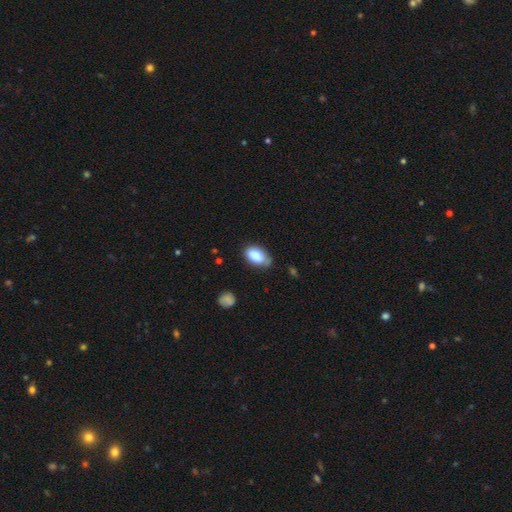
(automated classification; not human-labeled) smooth 86%, featured or disk 7%, star or artifact 7%. Down the decision tree: how rounded — in between (92%); merging — none (62%).